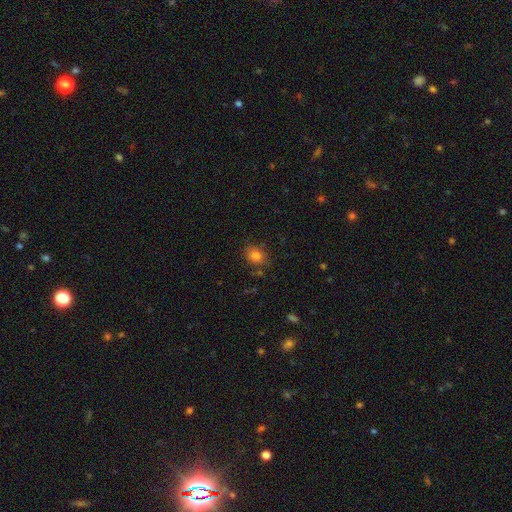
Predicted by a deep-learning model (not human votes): Overall: smooth (81%). How rounded: round (57%; in between 42%). Merging: none (78%).